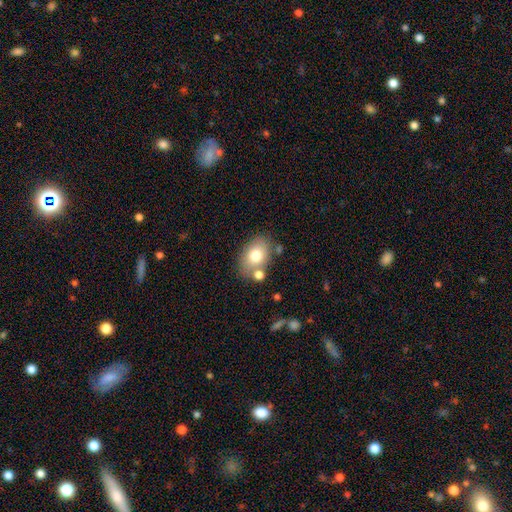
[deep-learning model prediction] This appears to be a smooth galaxy with no disk features (75%) that is in between round and cigar-shaped (81%). Merging: none (68%).